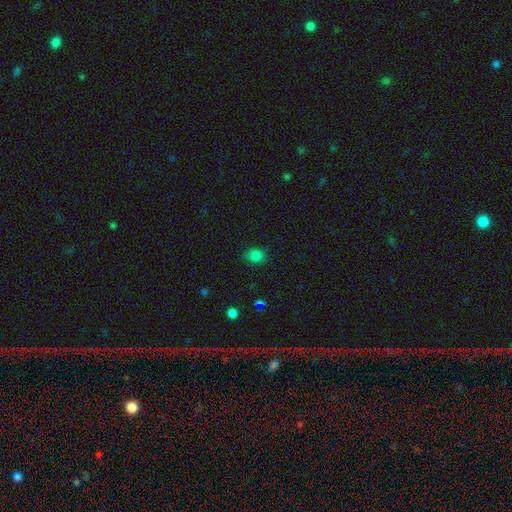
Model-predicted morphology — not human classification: This appears to be a smooth galaxy with no disk features (81%) that is round (50%). Merging: none (82%).